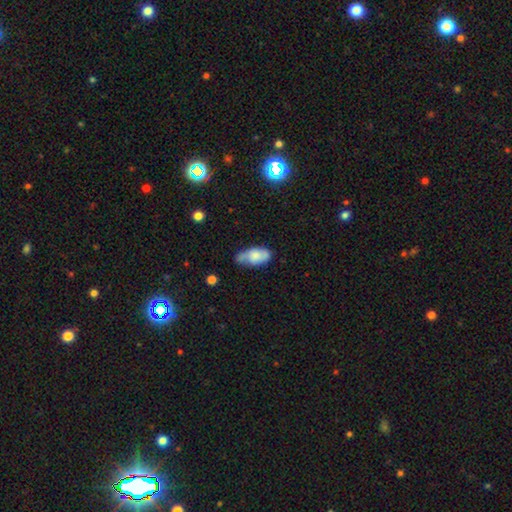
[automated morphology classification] Smooth or featured? Predicted: smooth (p=0.54). How rounded? Predicted: in between (p=0.90). Merging? Predicted: none (p=0.50).